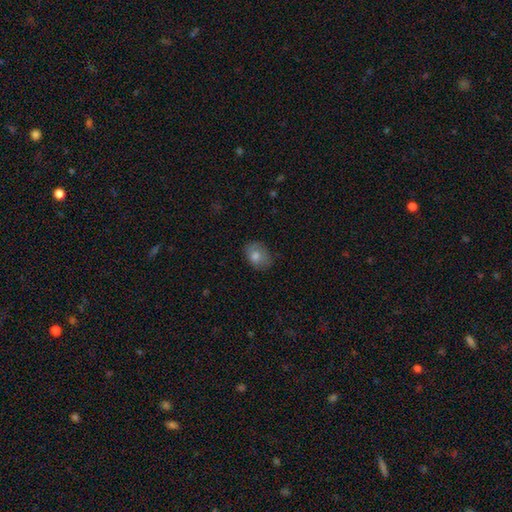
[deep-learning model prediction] Smooth or featured: smooth — 77% (featured or disk — 13%)
How rounded: in between — 66% (round — 33%)
Merging: none — 79% (minor disturbance — 17%)